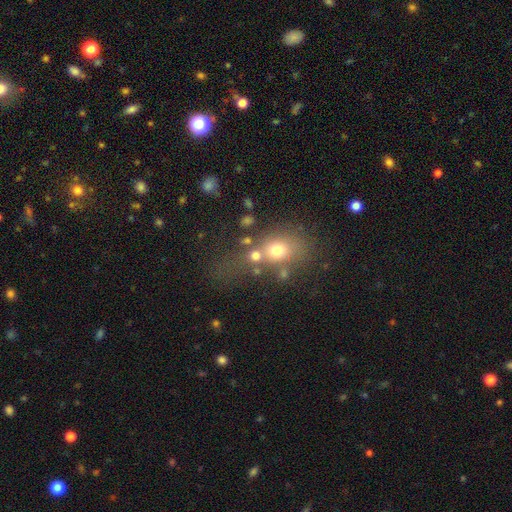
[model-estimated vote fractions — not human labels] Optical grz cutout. It shows a smooth galaxy with no disk features (64%) that is round (57%). Merging: none (41%).